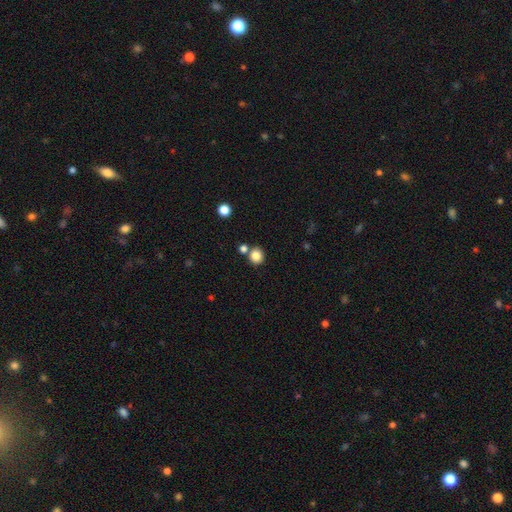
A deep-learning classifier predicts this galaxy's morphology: A smooth galaxy with no disk features (84%) that is round (87%). Merging: none (73%).